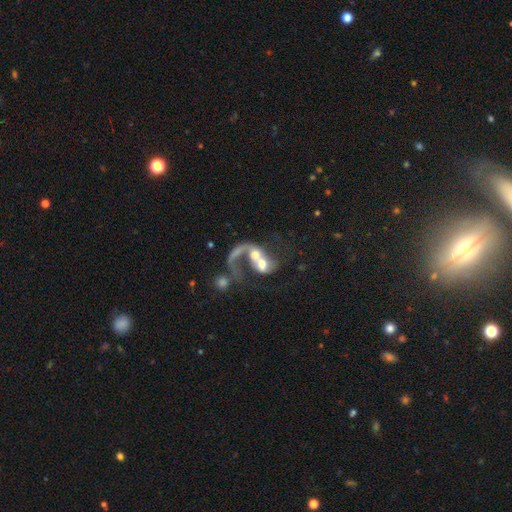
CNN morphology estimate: Smooth or featured? featured or disk (63%)
Edge-on disk? no (96%)
Bar? no (68%)
Spiral arms? yes (68%)
Bulge size? moderate (52%)
Merging? merger (72%)